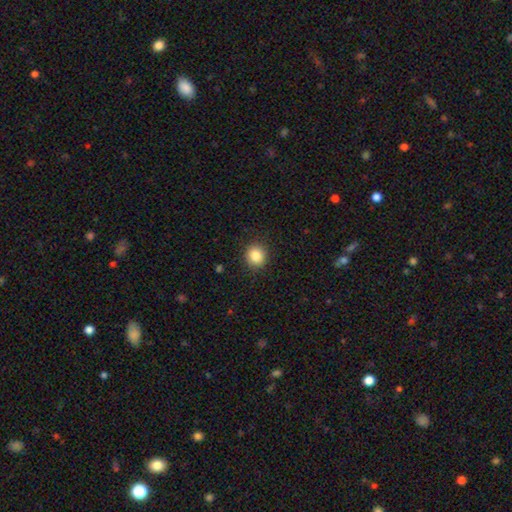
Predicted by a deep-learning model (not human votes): smooth 86%, star or artifact 10%, featured or disk 5%. Down the decision tree: how rounded — round (86%); merging — none (90%).